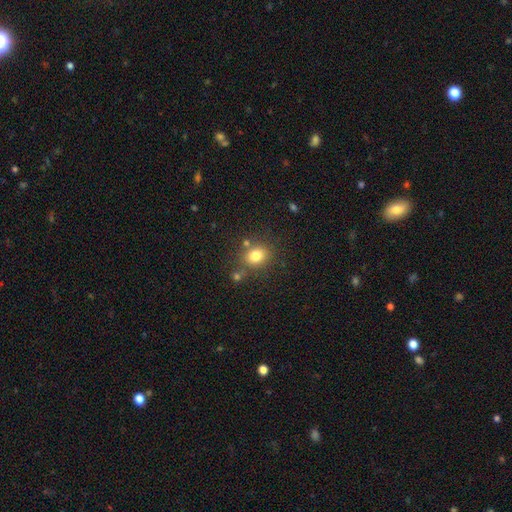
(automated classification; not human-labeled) This is likely a smooth galaxy (79%). How rounded: likely round (63%). Merging: likely none (72%).